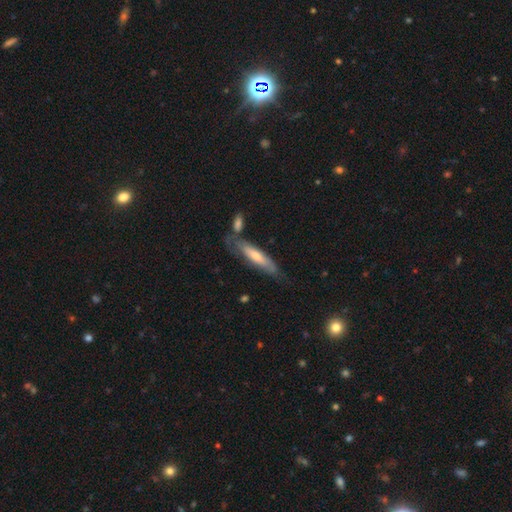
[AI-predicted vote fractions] This is possibly a featured or disk galaxy (49%). Merging: possibly none (59%).